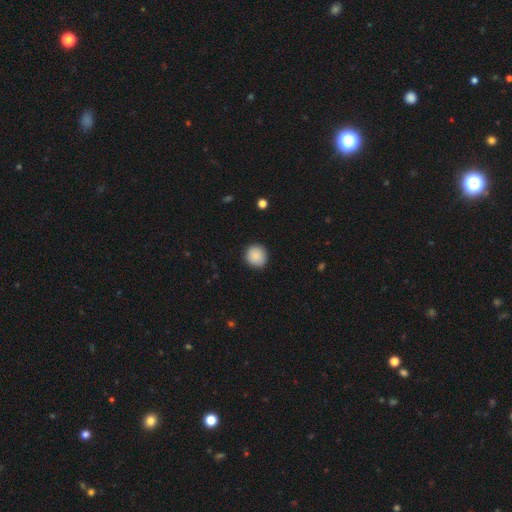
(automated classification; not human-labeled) A smooth galaxy with no disk features (89%) that is round (91%). Merging: none (90%).